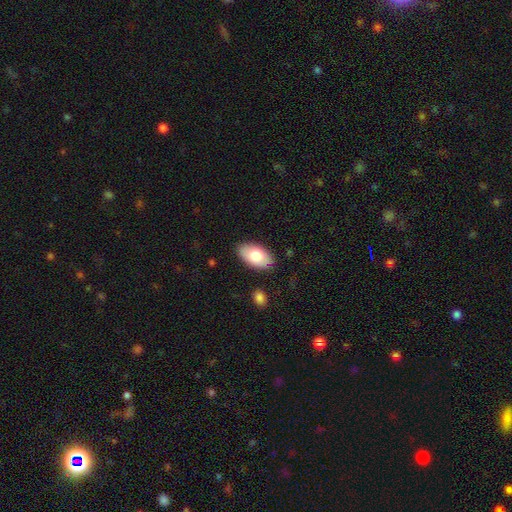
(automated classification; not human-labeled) A smooth galaxy with no disk features (74%) that is in between round and cigar-shaped (94%). Merging: none (84%).